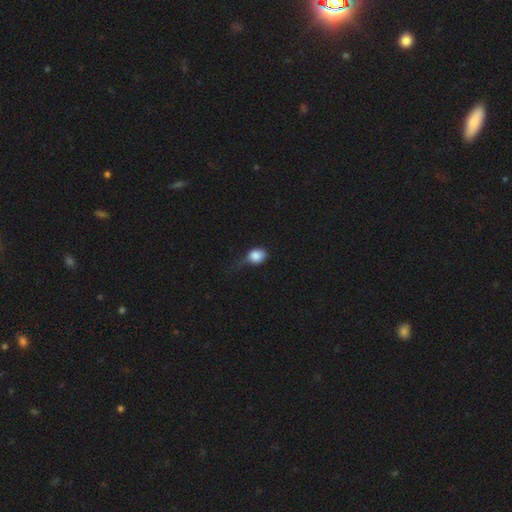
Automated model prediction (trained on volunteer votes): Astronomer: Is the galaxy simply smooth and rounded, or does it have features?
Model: smooth — 83%.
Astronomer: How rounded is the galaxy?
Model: round — 57% (runner-up: in between, 42%).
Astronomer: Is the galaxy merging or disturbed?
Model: minor disturbance — 44% (runner-up: none, 28%).